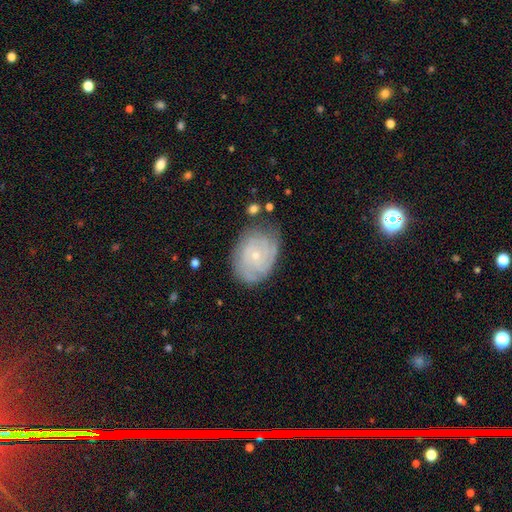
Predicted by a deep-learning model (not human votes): featured or disk 76%, smooth 17%, star or artifact 7%. Down the decision tree: edge-on disk — no (97%); bar — no (75%); spiral arms — yes (91%); spiral arm count — can't tell (37%); spiral winding — tight (73%); bulge size — small (77%); merging — none (73%).